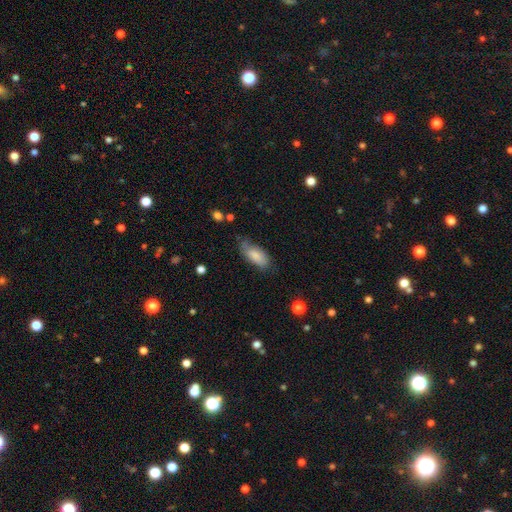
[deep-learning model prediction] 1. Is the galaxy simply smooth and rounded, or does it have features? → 83% smooth, 11% featured or disk, 7% star or artifact.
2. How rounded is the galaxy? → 88% in between, 10% cigar-shaped, 2% round.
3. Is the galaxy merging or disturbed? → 59% none, 31% minor disturbance, 8% major disturbance, 3% merger.